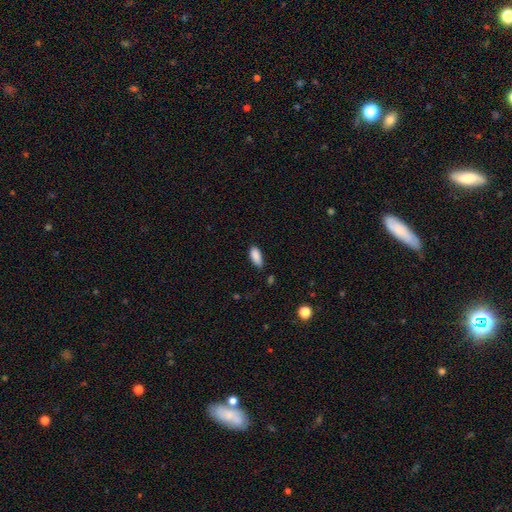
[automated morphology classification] This appears to be a smooth galaxy with no disk features (88%) that is in between round and cigar-shaped (84%). Merging: none (67%).